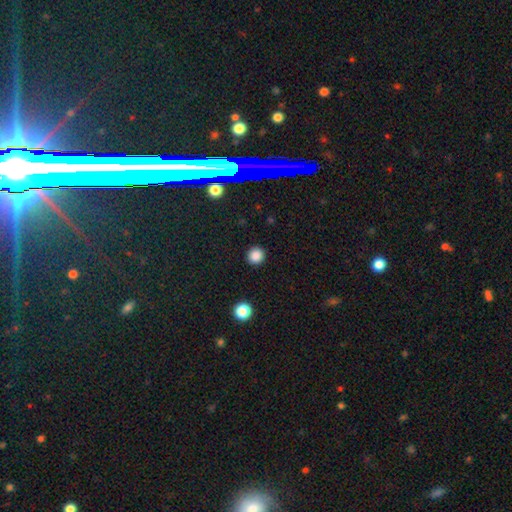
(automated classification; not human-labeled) A smooth galaxy with no disk features (85%) that is round (92%).

Vote fractions:
- Smooth or featured? smooth: 85% / star or artifact: 12% / featured or disk: 3%
- How rounded? round: 92% / in between: 7% / cigar-shaped: 1%
- Merging? none: 91% / minor disturbance: 6% / major disturbance: 2% / merger: 1%